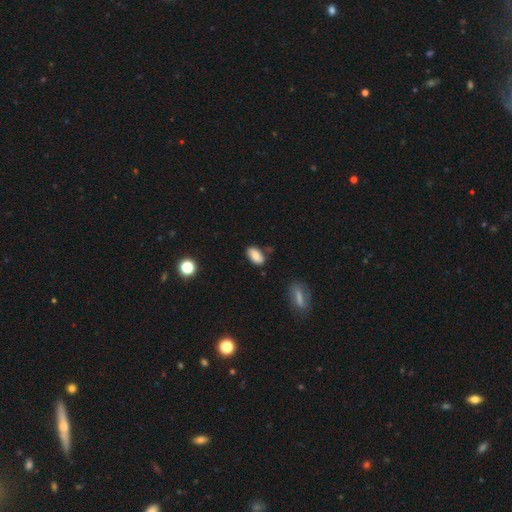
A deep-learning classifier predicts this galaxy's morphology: type=smooth (77%); roundness=in between (92%); merging=none (74%).